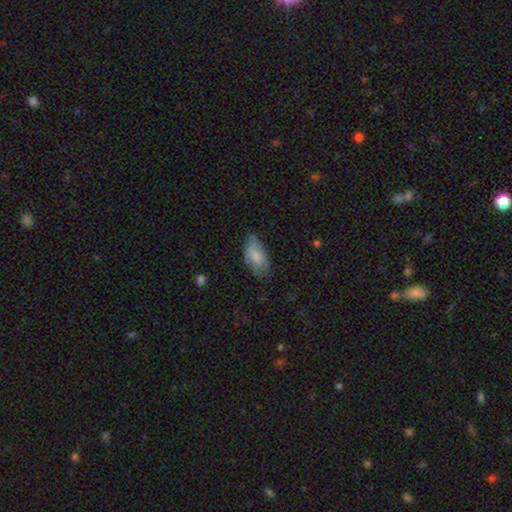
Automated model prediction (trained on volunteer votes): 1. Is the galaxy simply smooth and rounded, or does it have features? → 73% smooth, 20% featured or disk, 7% star or artifact.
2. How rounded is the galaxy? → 93% in between, 4% cigar-shaped, 3% round.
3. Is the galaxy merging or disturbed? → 55% none, 34% minor disturbance, 10% major disturbance, 2% merger.